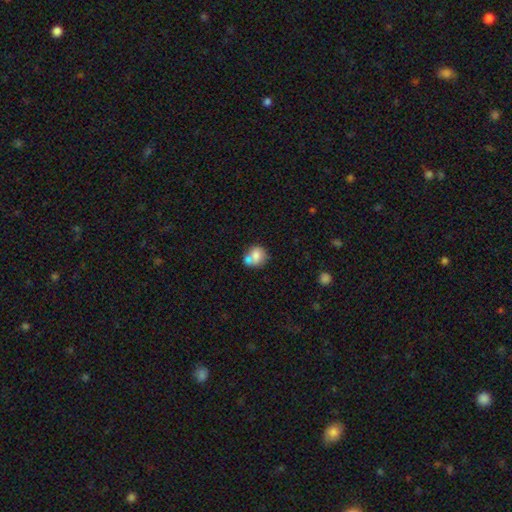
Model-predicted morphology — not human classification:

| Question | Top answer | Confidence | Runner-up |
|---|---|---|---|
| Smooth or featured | smooth | 75% | featured or disk (17%) |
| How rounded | round | 69% | in between (30%) |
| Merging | merger | 45% | none (36%) |